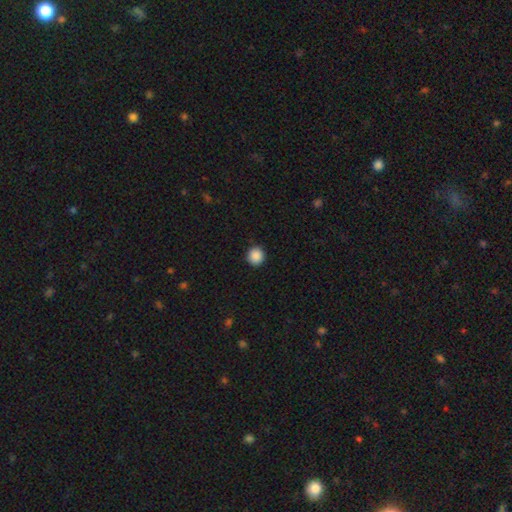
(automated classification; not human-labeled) smooth 89%, star or artifact 9%, featured or disk 2%. Down the decision tree: how rounded — round (93%); merging — none (92%).